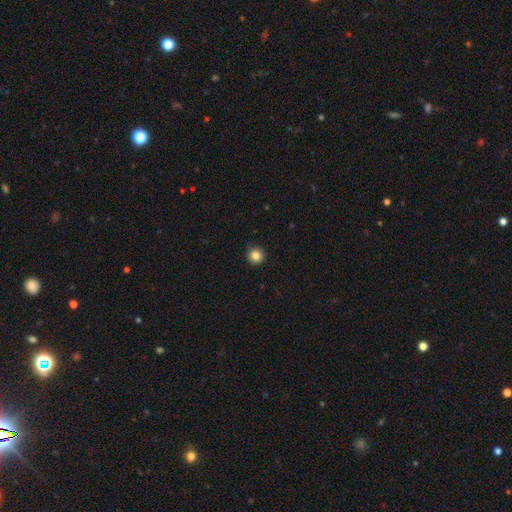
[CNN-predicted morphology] Smooth or featured? Predicted: smooth (p=0.85). How rounded? Predicted: round (p=0.94). Merging? Predicted: none (p=0.91).